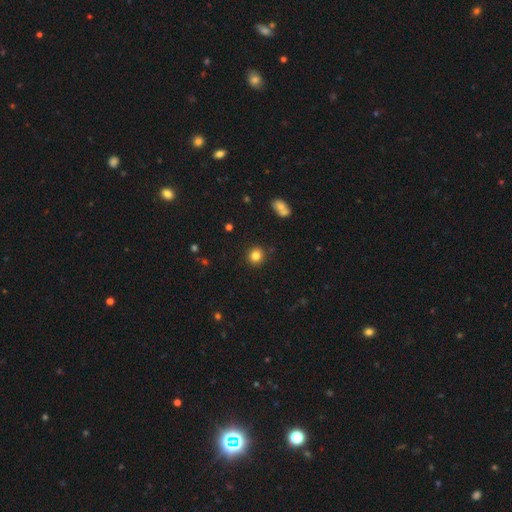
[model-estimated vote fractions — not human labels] smooth_or_featured: smooth (p=0.83) [alt: star or artifact p=0.11]
how_rounded: round (p=0.87) [alt: in between p=0.12]
merging: none (p=0.90) [alt: minor disturbance p=0.07]